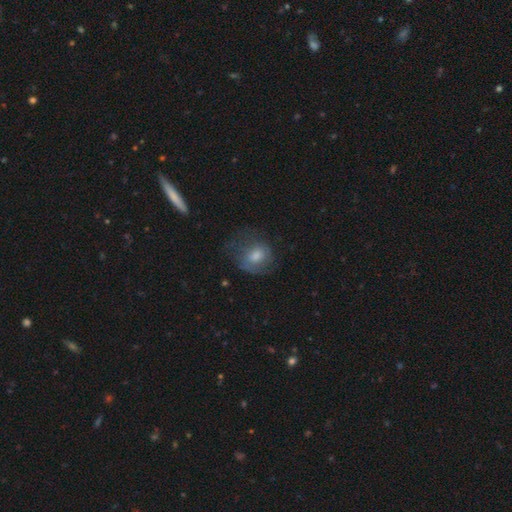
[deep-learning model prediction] smooth-or-featured: smooth: 54% | featured or disk: 33% | star or artifact: 13%
  how-rounded: round: 65% | in between: 34% | cigar-shaped: 2%
  merging: none: 54% | minor disturbance: 23% | major disturbance: 22% | merger: 2%